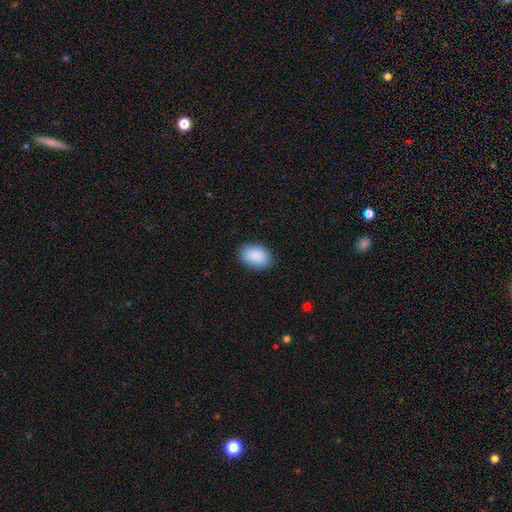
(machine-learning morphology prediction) Q: Smooth or featured?
A: smooth (90%); runner-up: star or artifact (6%)
Q: How rounded?
A: in between (86%); runner-up: round (13%)
Q: Merging?
A: none (87%); runner-up: minor disturbance (10%)